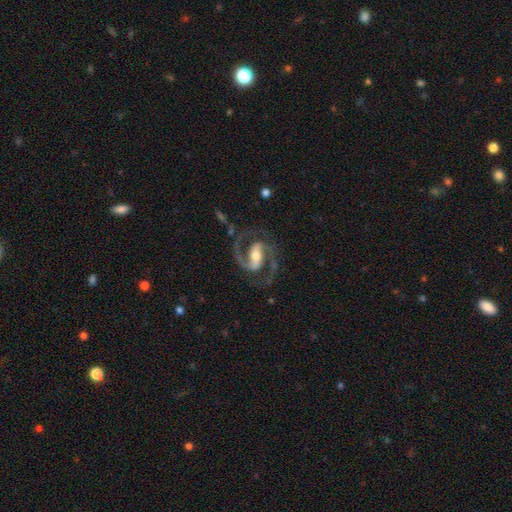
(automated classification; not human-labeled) Smooth or featured?
  - featured or disk: 93% *
  - star or artifact: 4%
  - smooth: 3%
Edge-on disk?
  - no: 98% *
  - yes: 2%
Bar?
  - strong: 53% *
  - weak: 33%
  - no: 13%
Spiral arms?
  - yes: 98% *
  - no: 2%
Spiral winding?
  - medium: 65% *
  - tight: 20%
  - loose: 15%
Spiral arm count?
  - 2: 93% *
  - 1: 2%
  - can't tell: 1%
  - 3: 1%
  - 4: 1%
  - more than 4: 1%
Bulge size?
  - moderate: 57% *
  - small: 30%
  - large: 9%
  - none: 2%
  - dominant: 1%
Merging?
  - none: 76% *
  - minor disturbance: 13%
  - major disturbance: 10%
  - merger: 2%